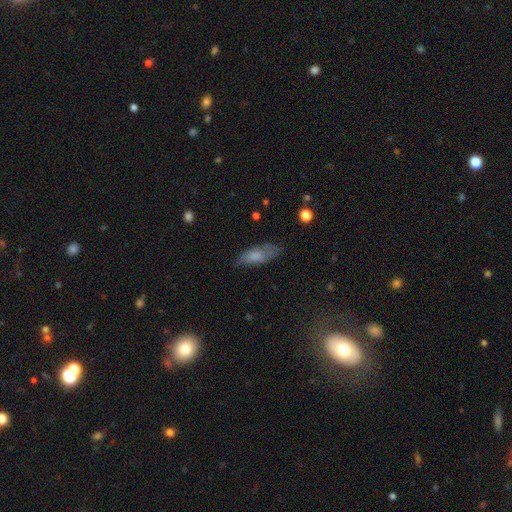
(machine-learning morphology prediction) This appears to be a smooth galaxy with no disk features (69%) that is in between round and cigar-shaped (70%). Merging: none (60%).